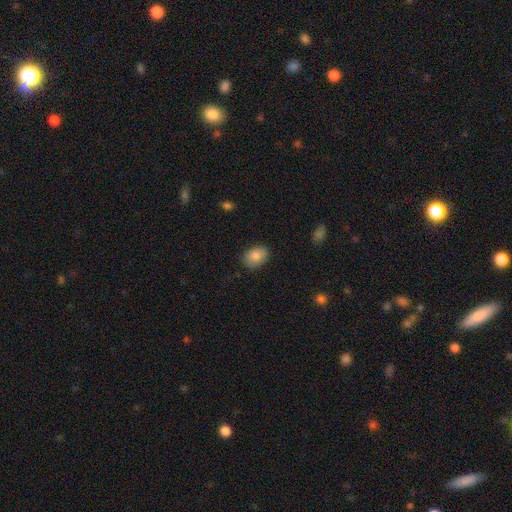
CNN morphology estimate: Smooth or featured? Predicted: smooth (p=0.82). How rounded? Predicted: in between (p=0.73). Merging? Predicted: none (p=0.82).